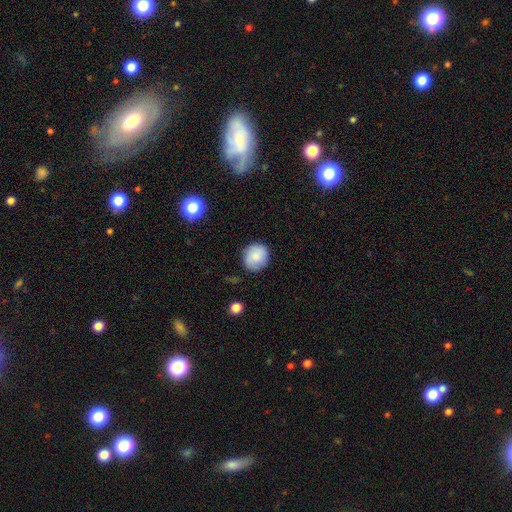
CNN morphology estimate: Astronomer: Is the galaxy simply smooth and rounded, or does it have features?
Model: smooth — 83%.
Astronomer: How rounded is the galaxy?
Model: round — 85%.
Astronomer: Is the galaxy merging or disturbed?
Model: none — 83%.